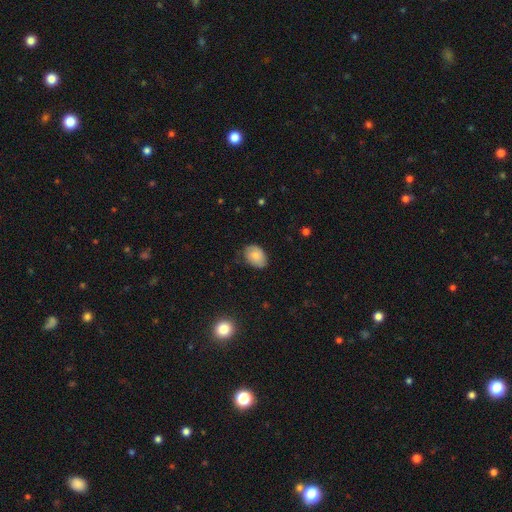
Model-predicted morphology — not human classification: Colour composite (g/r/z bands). It shows a smooth galaxy with no disk features (75%) that is in between round and cigar-shaped (80%). Merging: none (68%).